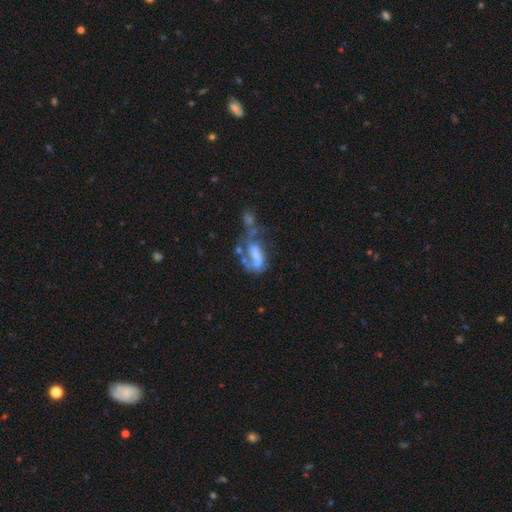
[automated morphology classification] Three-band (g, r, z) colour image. It shows a featured or disk galaxy (52%). Merging: major disturbance (36%).